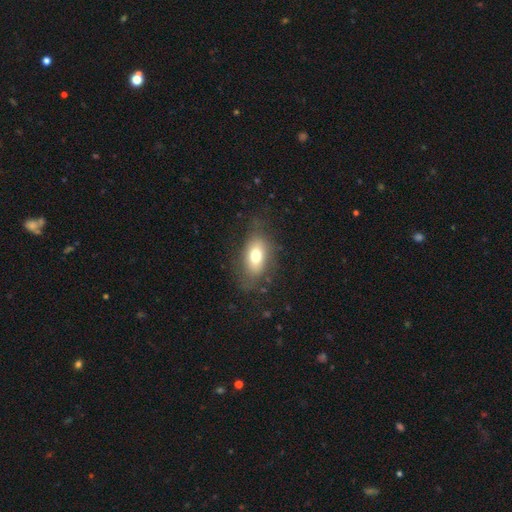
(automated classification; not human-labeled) Smooth or featured? smooth (72%)
How rounded? in between (87%)
Merging? none (71%)